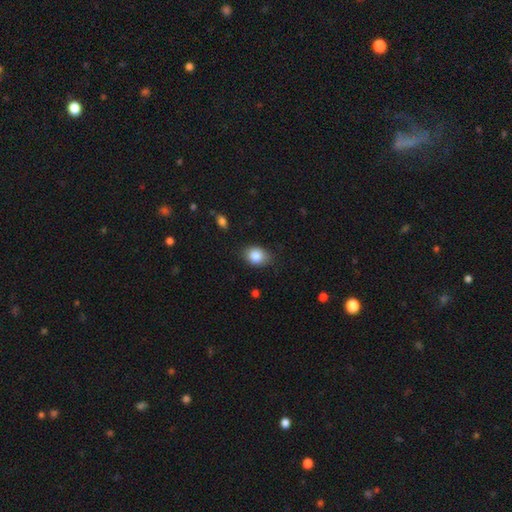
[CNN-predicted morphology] Smooth or featured: smooth — 86% (star or artifact — 8%)
How rounded: in between — 64% (round — 35%)
Merging: none — 77% (minor disturbance — 18%)